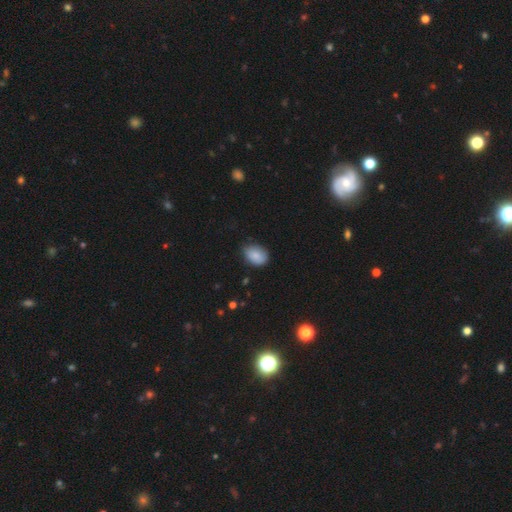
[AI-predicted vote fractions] Smooth or featured: smooth — 86% (star or artifact — 7%)
How rounded: in between — 79% (round — 20%)
Merging: none — 71% (minor disturbance — 24%)